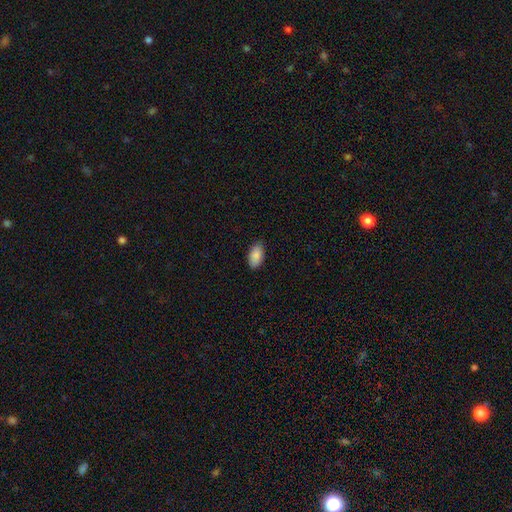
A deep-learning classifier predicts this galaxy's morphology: Smooth or featured: smooth — 88% (star or artifact — 6%)
How rounded: in between — 95% (round — 3%)
Merging: none — 84% (minor disturbance — 13%)